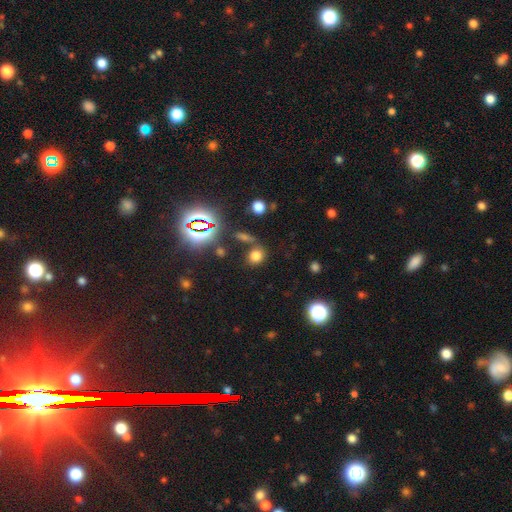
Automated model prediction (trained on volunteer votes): Morphology: type=smooth (69%); roundness=round (64%); merging=none (70%).